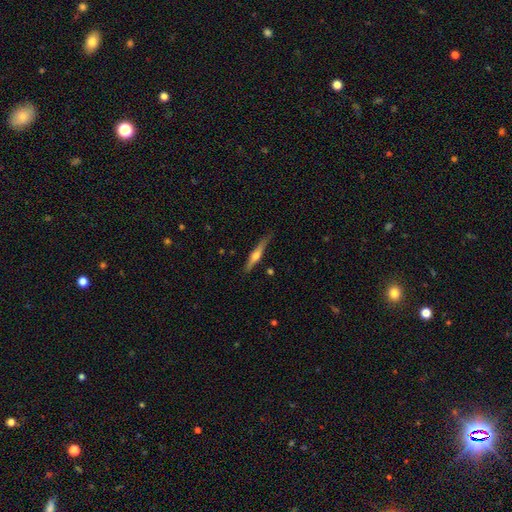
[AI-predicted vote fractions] Morphology: type=featured or disk (64%); edge-on=yes (97%); edge-on bulge=rounded (89%); merging=none (82%).